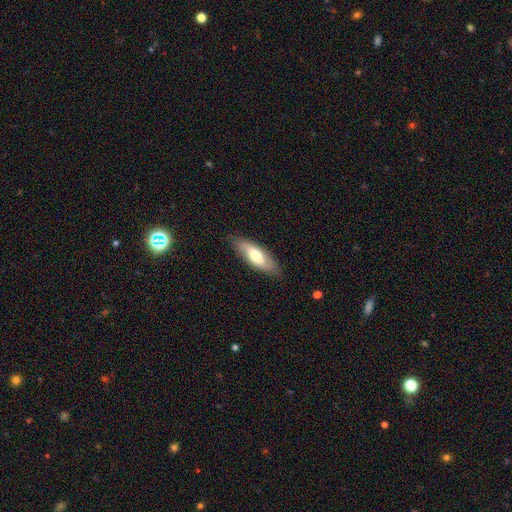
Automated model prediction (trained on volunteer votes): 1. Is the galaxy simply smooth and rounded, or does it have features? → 64% smooth, 31% featured or disk, 5% star or artifact.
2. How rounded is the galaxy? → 64% in between, 34% cigar-shaped, 2% round.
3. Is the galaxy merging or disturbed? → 83% none, 14% minor disturbance, 3% major disturbance, 1% merger.